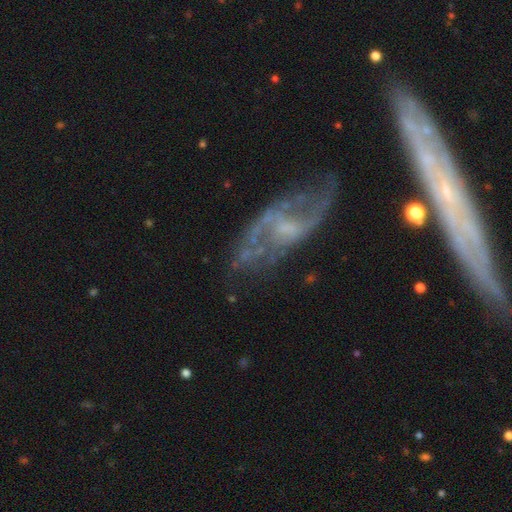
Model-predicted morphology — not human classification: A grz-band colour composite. It shows a featured or disk galaxy (79%) with no bar (49%), 2 (66%) loose (48%) spiral arms (76%) and a small central bulge (39%). Merging: none (59%).